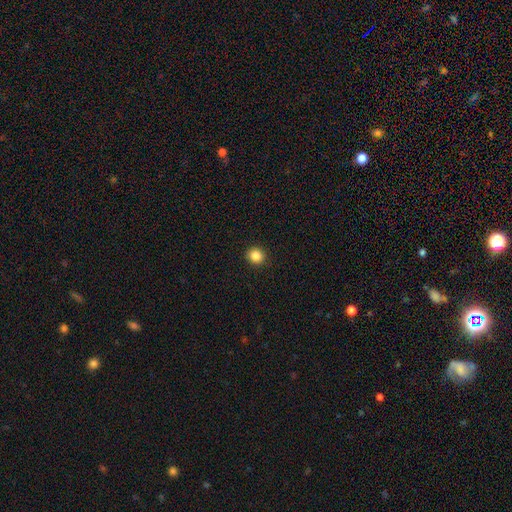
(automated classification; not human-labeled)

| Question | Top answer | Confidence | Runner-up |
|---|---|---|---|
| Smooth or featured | smooth | 85% | star or artifact (11%) |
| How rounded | round | 89% | in between (10%) |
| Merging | none | 93% | minor disturbance (5%) |